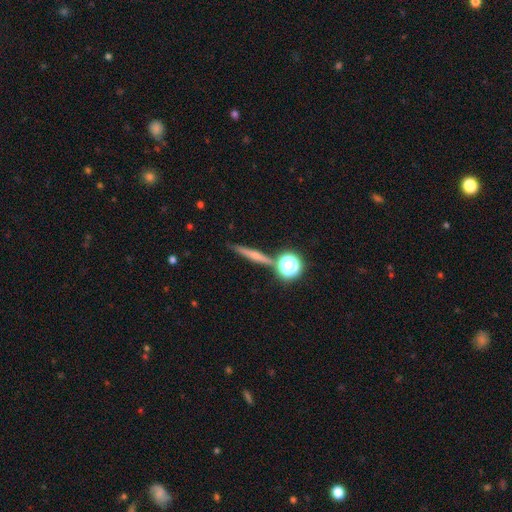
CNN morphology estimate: This appears to be a smooth galaxy with no disk features (44%). Merging: none (81%).